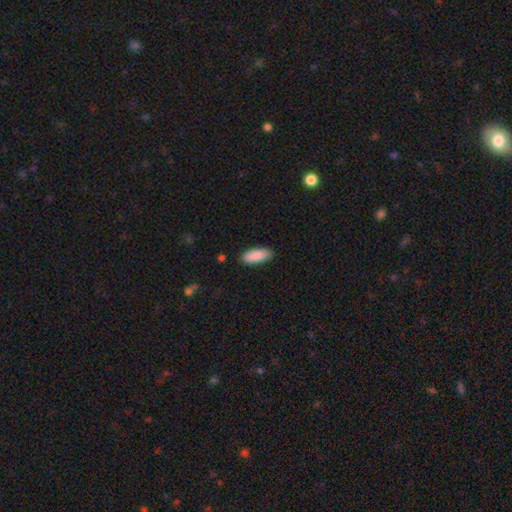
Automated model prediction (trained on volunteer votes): Smooth or featured? smooth (90%)
How rounded? in between (79%)
Merging? none (88%)